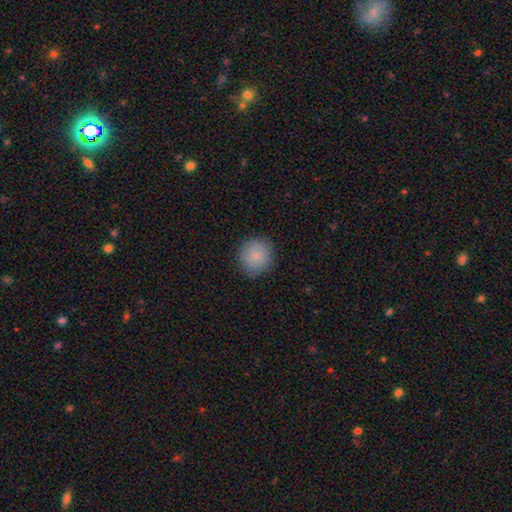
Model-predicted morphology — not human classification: The model was most divided on "merging": none: 83%, minor disturbance: 14%, major disturbance: 3%, merger: 1%. More confident: how rounded — round (91%); smooth or featured — smooth (85%).